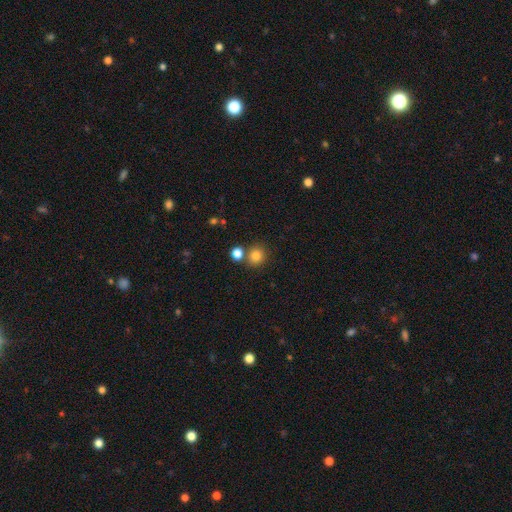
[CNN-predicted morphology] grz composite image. It shows a smooth galaxy with no disk features (81%) that is round (85%). Merging: none (71%).